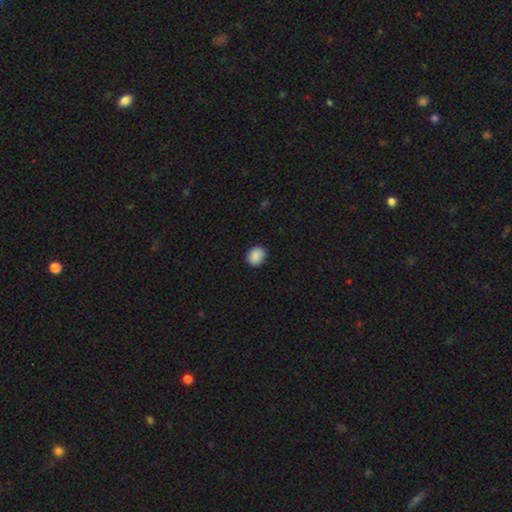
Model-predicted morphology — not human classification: Smooth or featured?
  - smooth: 90% *
  - star or artifact: 8%
  - featured or disk: 2%
How rounded?
  - round: 52% *
  - in between: 47%
  - cigar-shaped: 1%
Merging?
  - none: 89% *
  - minor disturbance: 8%
  - major disturbance: 2%
  - merger: 1%